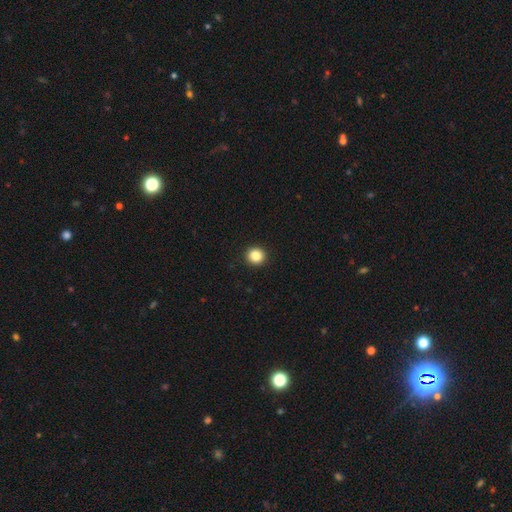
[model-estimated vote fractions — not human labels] smooth_or_featured: smooth (p=0.86) [alt: star or artifact p=0.10]
how_rounded: round (p=0.92) [alt: in between p=0.07]
merging: none (p=0.93) [alt: minor disturbance p=0.04]